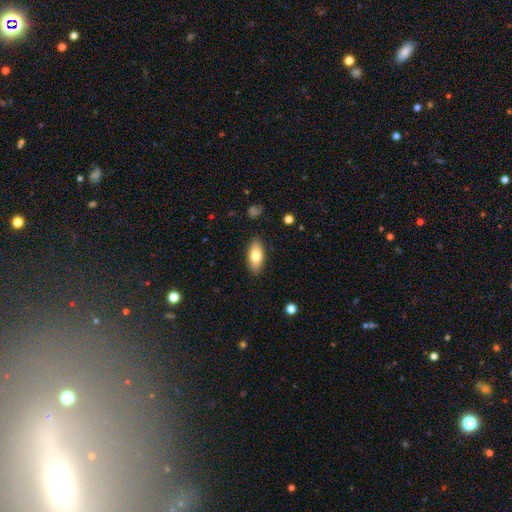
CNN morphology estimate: A smooth galaxy with no disk features (78%) that is in between round and cigar-shaped (89%). Merging: none (87%).